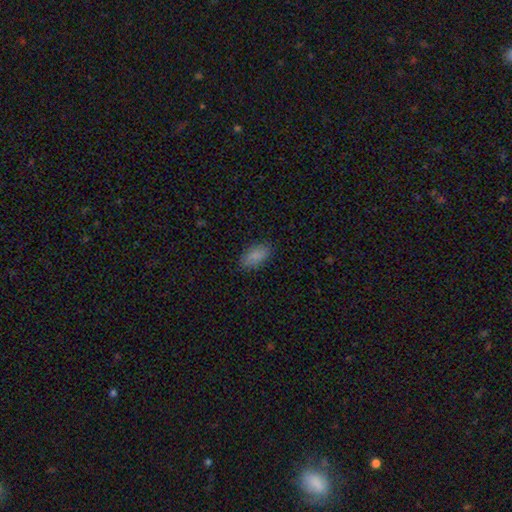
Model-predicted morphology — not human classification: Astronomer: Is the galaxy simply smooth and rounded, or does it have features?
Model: smooth — 85%.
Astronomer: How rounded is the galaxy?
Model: in between — 91%.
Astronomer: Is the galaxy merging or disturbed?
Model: none — 84%.